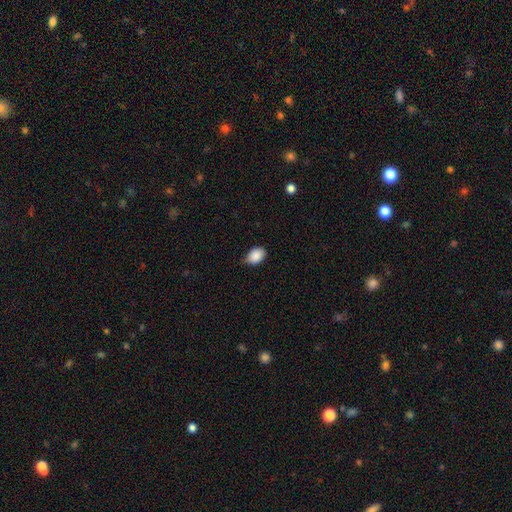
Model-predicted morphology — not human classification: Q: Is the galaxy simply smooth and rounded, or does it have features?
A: smooth — 89%.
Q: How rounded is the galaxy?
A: in between — 80%.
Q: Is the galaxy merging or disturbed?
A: none — 66%.